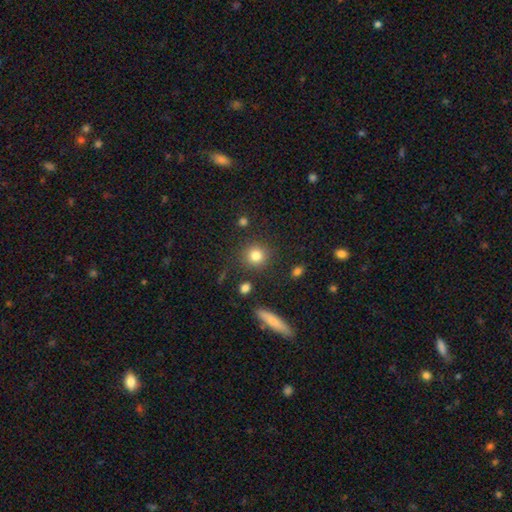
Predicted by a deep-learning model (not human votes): Smooth or featured? Predicted: smooth (p=0.81). How rounded? Predicted: round (p=0.90). Merging? Predicted: none (p=0.86).